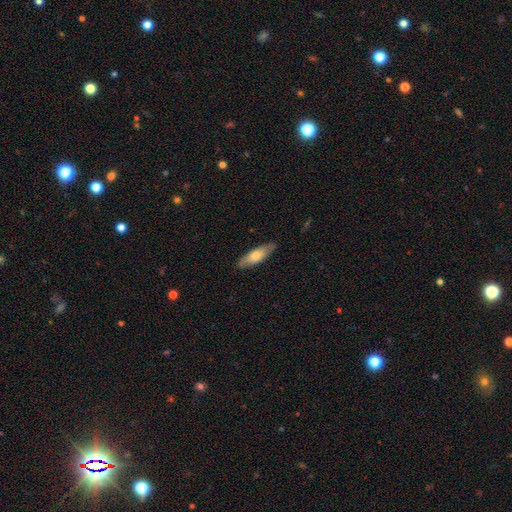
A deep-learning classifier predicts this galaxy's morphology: Q: Smooth or featured?
A: smooth (65%); runner-up: featured or disk (29%)
Q: How rounded?
A: in between (54%); runner-up: cigar-shaped (44%)
Q: Merging?
A: none (84%); runner-up: minor disturbance (13%)